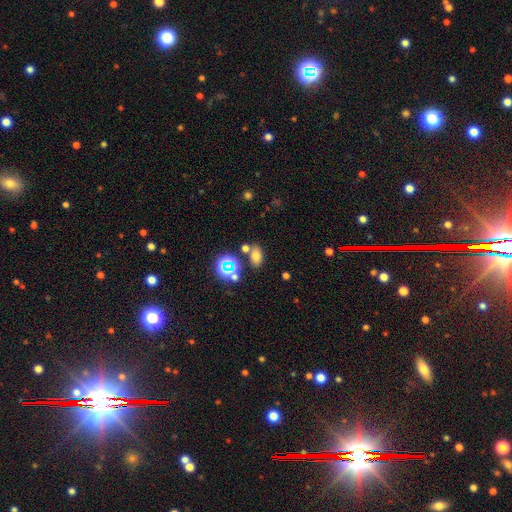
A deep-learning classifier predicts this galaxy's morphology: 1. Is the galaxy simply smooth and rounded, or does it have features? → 68% smooth, 22% star or artifact, 10% featured or disk.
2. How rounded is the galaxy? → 83% in between, 15% round, 2% cigar-shaped.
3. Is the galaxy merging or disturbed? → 69% none, 15% merger, 12% minor disturbance, 4% major disturbance.